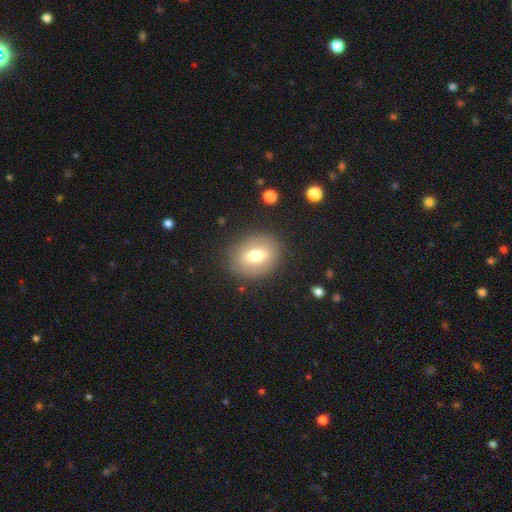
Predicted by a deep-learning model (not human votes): Smooth or featured? Predicted: smooth (p=0.64). How rounded? Predicted: in between (p=0.55). Merging? Predicted: none (p=0.85).